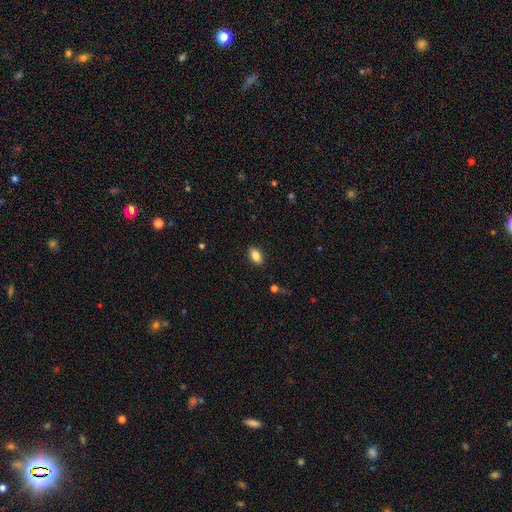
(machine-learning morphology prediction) smooth-or-featured: smooth: 83% | star or artifact: 8% | featured or disk: 8%
  how-rounded: in between: 89% | round: 8% | cigar-shaped: 3%
  merging: none: 88% | minor disturbance: 9% | major disturbance: 2% | merger: 1%